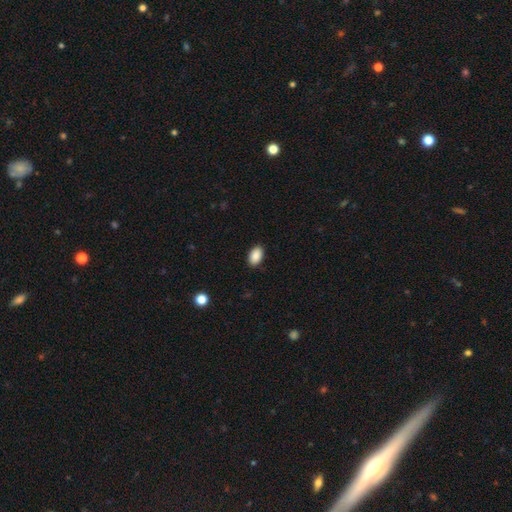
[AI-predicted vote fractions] smooth-or-featured: smooth: 89% | star or artifact: 7% | featured or disk: 3%
  how-rounded: in between: 92% | round: 7% | cigar-shaped: 1%
  merging: none: 89% | minor disturbance: 8% | major disturbance: 2% | merger: 1%